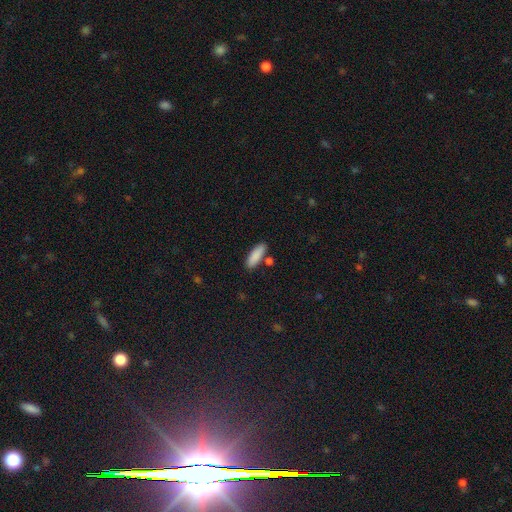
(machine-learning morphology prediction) Smooth or featured? smooth (88%)
How rounded? in between (66%)
Merging? none (78%)